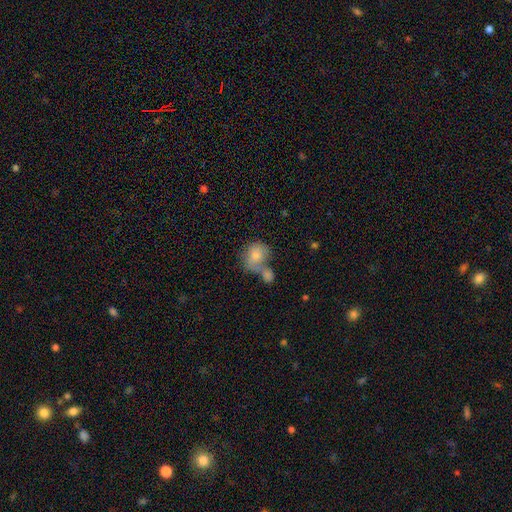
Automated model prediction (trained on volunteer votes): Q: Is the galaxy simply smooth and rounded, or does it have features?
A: smooth — 78%.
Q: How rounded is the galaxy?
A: round — 58%.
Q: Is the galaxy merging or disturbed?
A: merger — 54%.